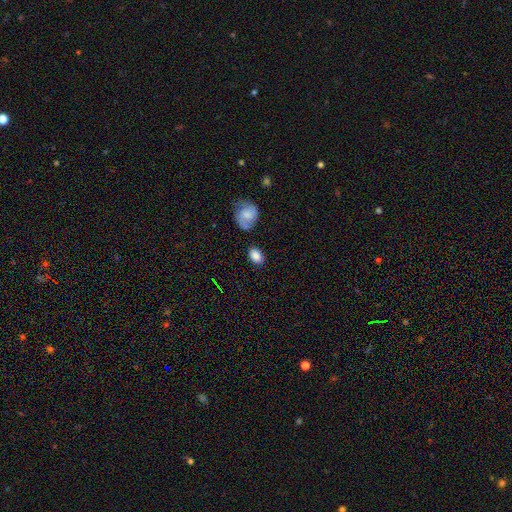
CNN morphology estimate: Smooth or featured: smooth — 85% (star or artifact — 8%)
How rounded: in between — 81% (round — 17%)
Merging: none — 74% (minor disturbance — 16%)